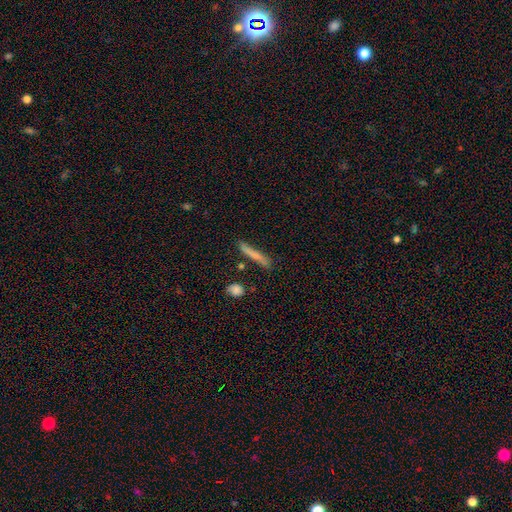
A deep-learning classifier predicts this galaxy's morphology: type=smooth (65%); roundness=cigar-shaped (93%); merging=none (77%).